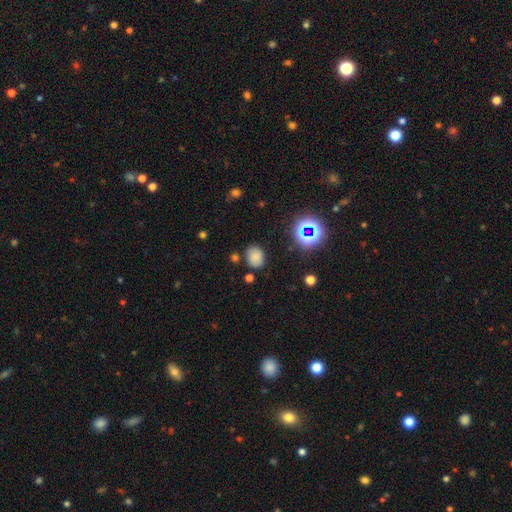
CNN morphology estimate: Smooth or featured?
  - smooth: 74% *
  - star or artifact: 18%
  - featured or disk: 9%
How rounded?
  - in between: 57% *
  - round: 42%
  - cigar-shaped: 1%
Merging?
  - none: 77% *
  - minor disturbance: 15%
  - major disturbance: 4%
  - merger: 4%